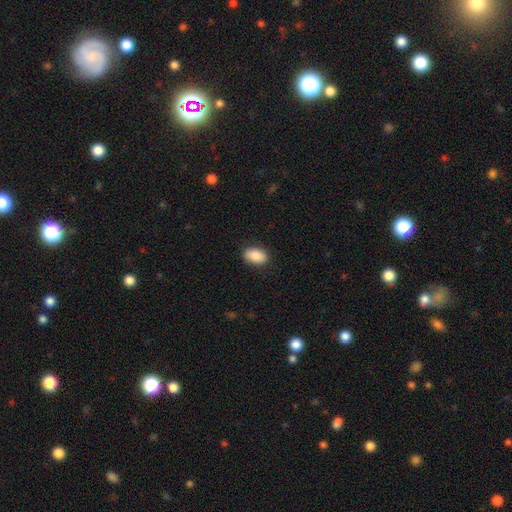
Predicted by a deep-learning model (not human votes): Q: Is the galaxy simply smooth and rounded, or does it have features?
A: smooth — 88%.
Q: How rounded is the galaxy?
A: in between — 90%.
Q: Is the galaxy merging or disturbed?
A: none — 85%.